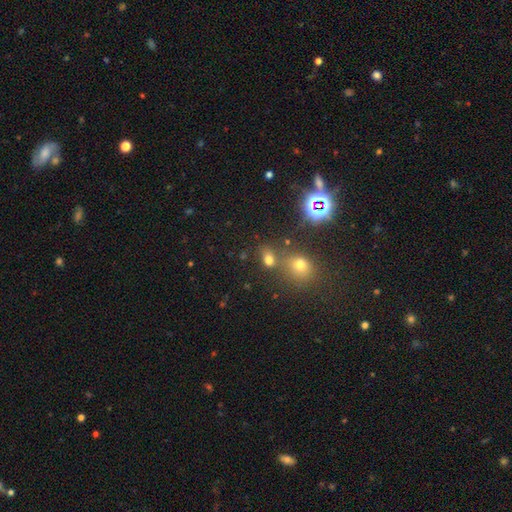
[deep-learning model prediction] Overall: star or artifact (52%; smooth 39%).